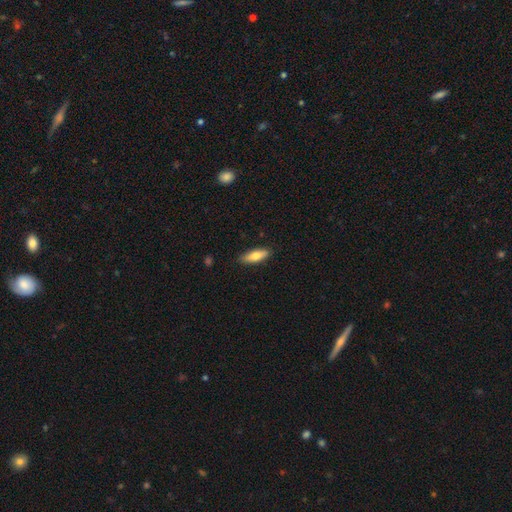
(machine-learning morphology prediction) A smooth galaxy with no disk features (73%) that is in between round and cigar-shaped (58%). Merging: none (87%).